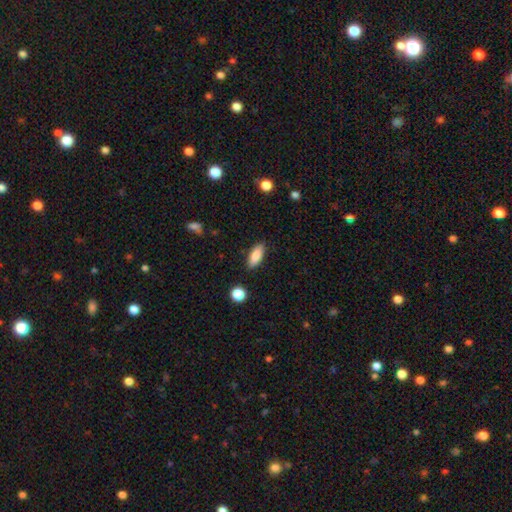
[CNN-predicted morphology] A smooth galaxy with no disk features (85%) that is in between round and cigar-shaped (76%).

Vote fractions:
- Smooth or featured? smooth: 85% / featured or disk: 8% / star or artifact: 7%
- How rounded? in between: 76% / cigar-shaped: 22% / round: 2%
- Merging? none: 88% / minor disturbance: 9% / major disturbance: 2% / merger: 2%